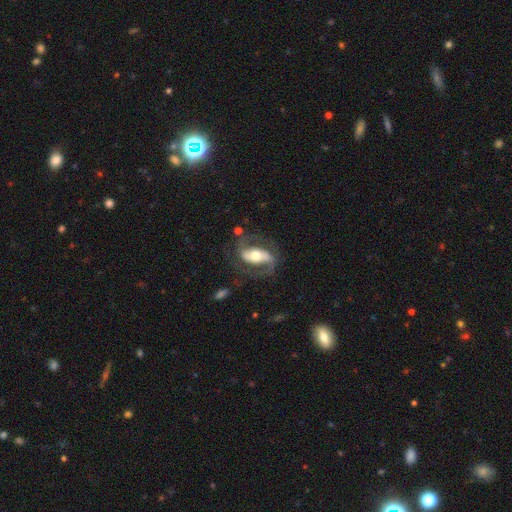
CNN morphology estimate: A featured or disk galaxy (82%) with a strong bar (49%), 2 (89%) medium (50%) spiral arms (91%) and a moderate central bulge (63%). Merging: none (69%).